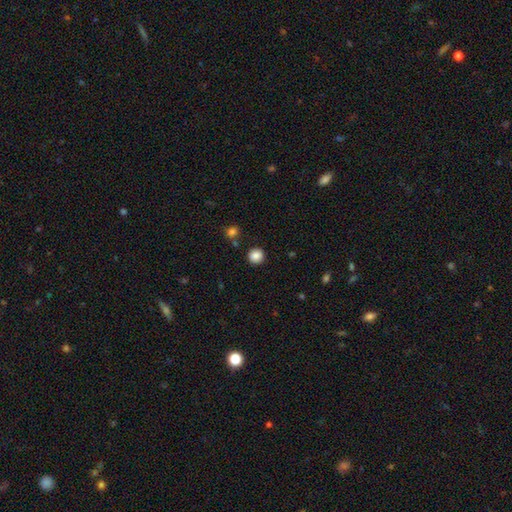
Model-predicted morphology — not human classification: Smooth or featured?
  - smooth: 86% *
  - star or artifact: 10%
  - featured or disk: 4%
How rounded?
  - round: 91% *
  - in between: 8%
  - cigar-shaped: 1%
Merging?
  - none: 89% *
  - minor disturbance: 6%
  - merger: 3%
  - major disturbance: 2%